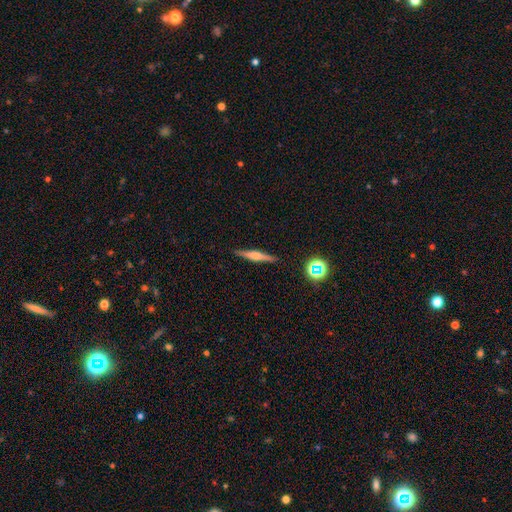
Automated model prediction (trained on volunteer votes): smooth_or_featured: featured or disk (p=0.59) [alt: smooth p=0.32]
disk_edge_on: yes (p=0.97) [alt: no p=0.03]
edge_on_bulge: rounded (p=0.67) [alt: boxy p=0.21]
merging: none (p=0.89) [alt: minor disturbance p=0.08]